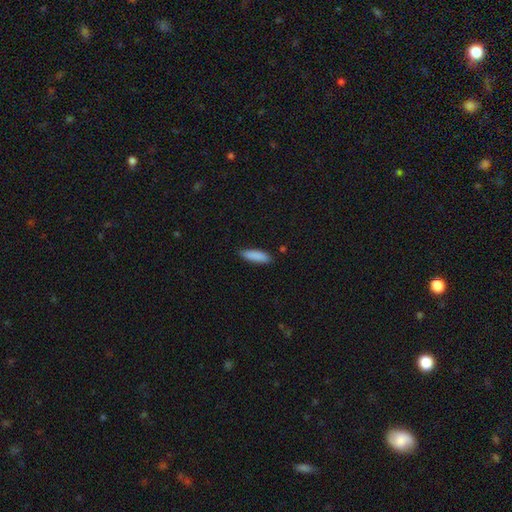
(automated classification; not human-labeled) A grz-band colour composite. It shows a smooth galaxy with no disk features (88%) that is cigar-shaped (64%). Merging: none (86%).